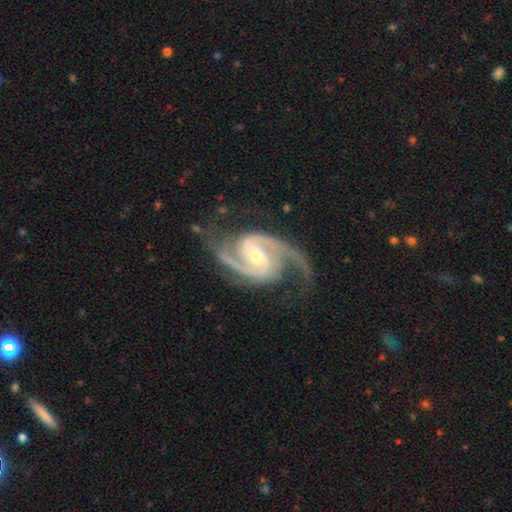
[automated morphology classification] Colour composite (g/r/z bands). It shows a featured or disk galaxy (94%) with a weak bar (45%), 2 (90%) medium (64%) spiral arms (99%) and a small central bulge (57%). Merging: none (73%).